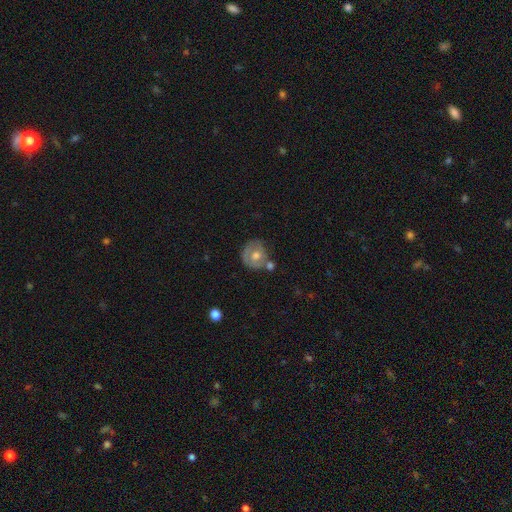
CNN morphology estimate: A smooth galaxy with no disk features (53%) that is round (78%). Merging: none (52%).